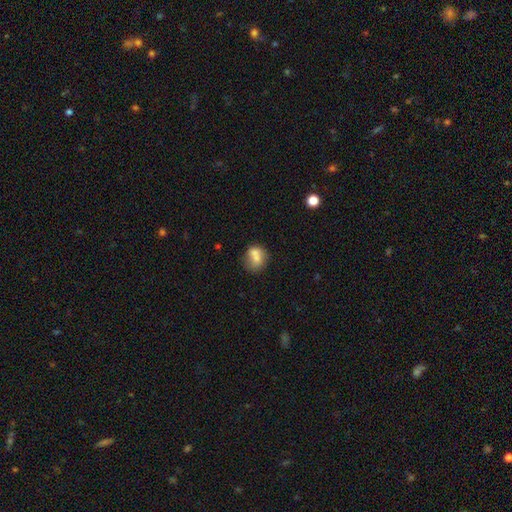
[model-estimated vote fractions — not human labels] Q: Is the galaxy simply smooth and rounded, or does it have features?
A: smooth — 71%.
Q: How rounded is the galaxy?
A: round — 63%.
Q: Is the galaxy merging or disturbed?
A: none — 41%.